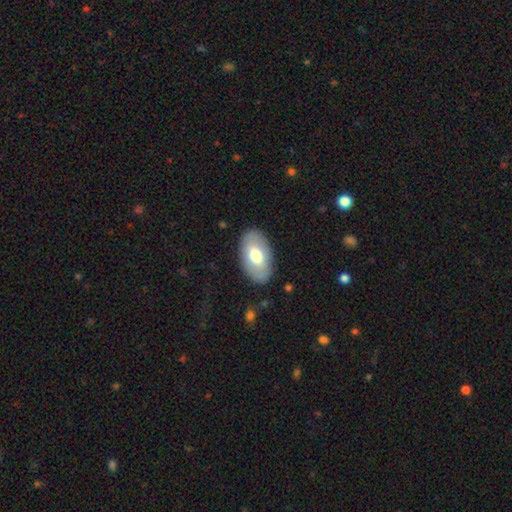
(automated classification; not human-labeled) Q: Smooth or featured?
A: smooth (61%); runner-up: featured or disk (34%)
Q: How rounded?
A: in between (93%); runner-up: round (5%)
Q: Merging?
A: none (85%); runner-up: minor disturbance (10%)